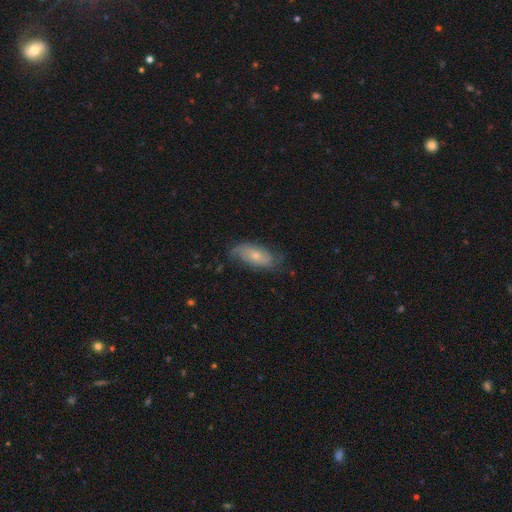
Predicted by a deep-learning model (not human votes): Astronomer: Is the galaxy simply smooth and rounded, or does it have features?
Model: featured or disk — 57% (runner-up: smooth, 36%).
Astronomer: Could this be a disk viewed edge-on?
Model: no — 90%.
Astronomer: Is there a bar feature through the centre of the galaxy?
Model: no — 73%.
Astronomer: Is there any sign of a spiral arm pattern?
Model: yes — 83%.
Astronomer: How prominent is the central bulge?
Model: small — 60%.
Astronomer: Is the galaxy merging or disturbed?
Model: none — 65%.